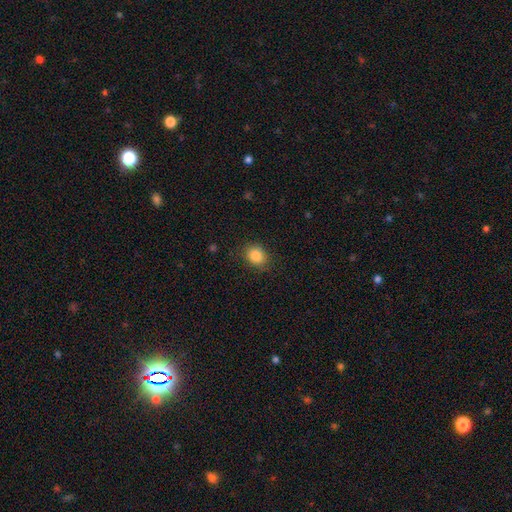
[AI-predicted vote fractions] Smooth or featured? smooth (86%)
How rounded? round (60%)
Merging? none (84%)